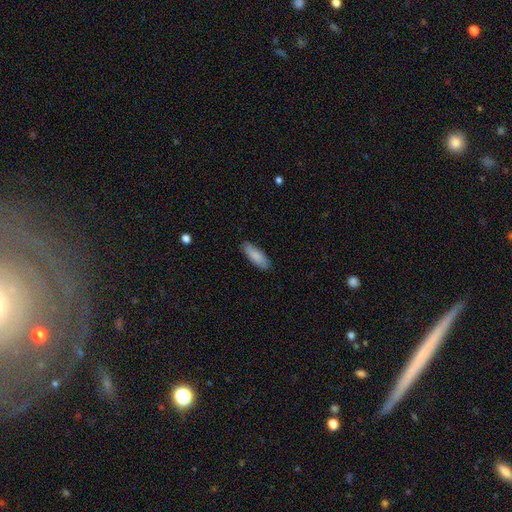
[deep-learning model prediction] Morphology: type=smooth (87%); roundness=in between (59%); merging=none (86%).